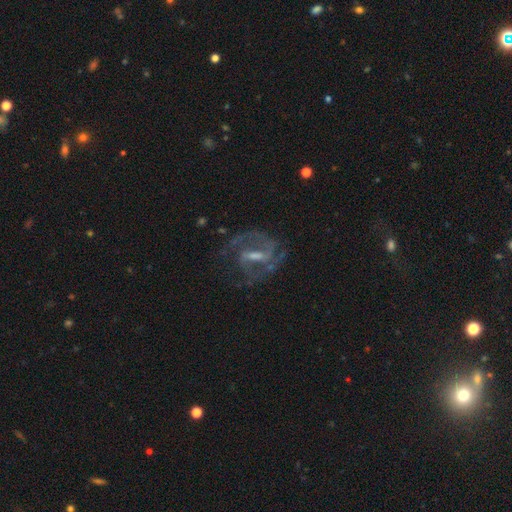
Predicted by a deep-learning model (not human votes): Smooth or featured: featured or disk — 87% (star or artifact — 7%)
Edge-on disk: no — 96% (yes — 4%)
Bar: weak — 44% (tied with strong — 44%)
Spiral arms: yes — 94% (no — 6%)
Spiral winding: medium — 55% (tight — 28%)
Spiral arm count: 2 — 75% (can't tell — 9%)
Bulge size: small — 40% (moderate — 36%)
Merging: none — 66% (minor disturbance — 17%)